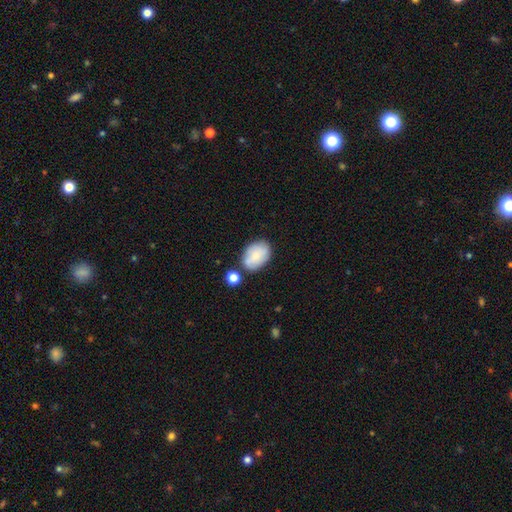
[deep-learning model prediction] The model was most divided on "merging": none: 63%, minor disturbance: 20%, merger: 11%, major disturbance: 5%. More confident: how rounded — in between (86%); smooth or featured — smooth (77%).